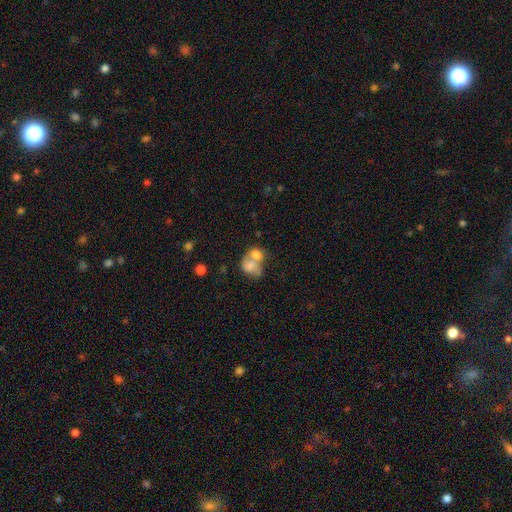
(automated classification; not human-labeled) smooth-or-featured: smooth: 71% | featured or disk: 20% | star or artifact: 8%
  how-rounded: in between: 57% | round: 41% | cigar-shaped: 1%
  merging: merger: 71% | none: 16% | minor disturbance: 7% | major disturbance: 6%